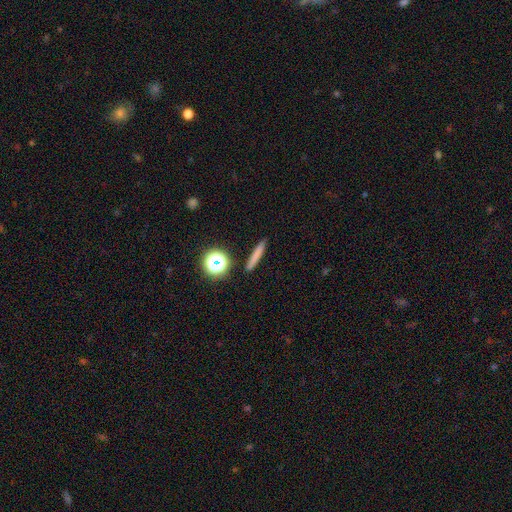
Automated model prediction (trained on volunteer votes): Q: Smooth or featured?
A: smooth (72%); runner-up: featured or disk (16%)
Q: How rounded?
A: cigar-shaped (88%); runner-up: round (7%)
Q: Merging?
A: none (89%); runner-up: minor disturbance (7%)